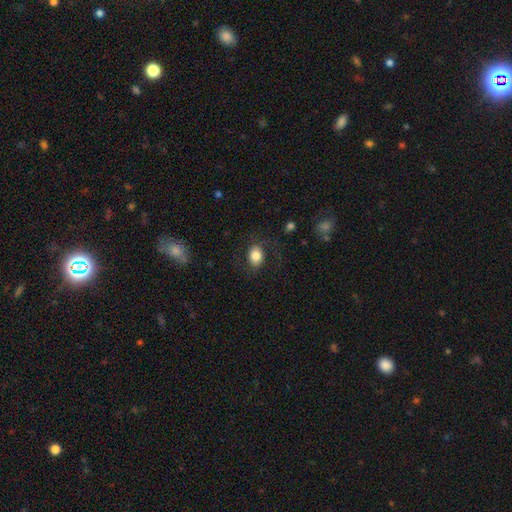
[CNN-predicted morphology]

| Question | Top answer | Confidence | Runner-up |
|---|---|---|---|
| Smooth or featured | smooth | 79% | featured or disk (14%) |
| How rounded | in between | 66% | round (33%) |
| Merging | none | 72% | minor disturbance (16%) |